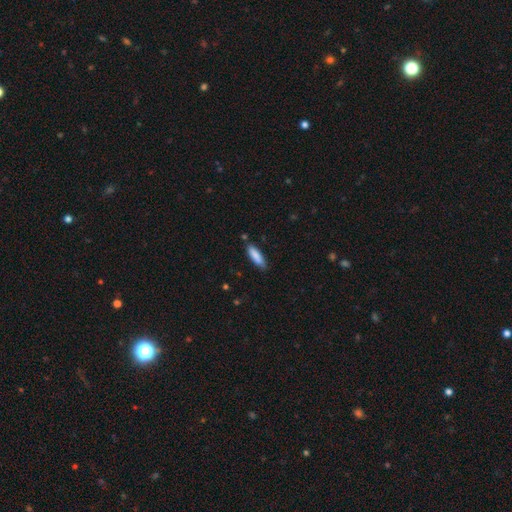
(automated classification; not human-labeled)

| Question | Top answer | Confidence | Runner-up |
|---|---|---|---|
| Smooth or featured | smooth | 85% | featured or disk (9%) |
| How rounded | cigar-shaped | 59% | in between (40%) |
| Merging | none | 77% | minor disturbance (17%) |